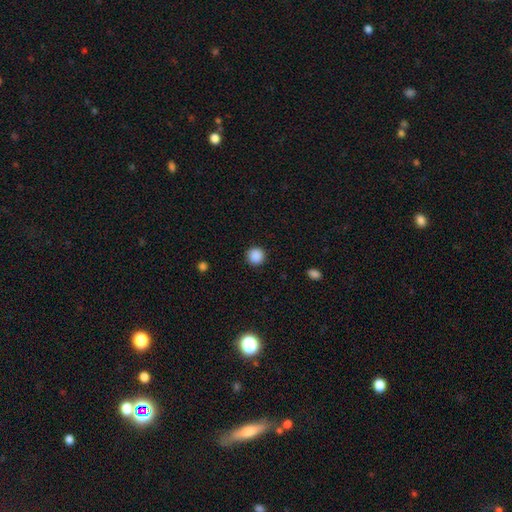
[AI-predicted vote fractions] smooth_or_featured: smooth (p=0.89) [alt: star or artifact p=0.09]
how_rounded: round (p=0.95) [alt: in between p=0.04]
merging: none (p=0.92) [alt: minor disturbance p=0.05]